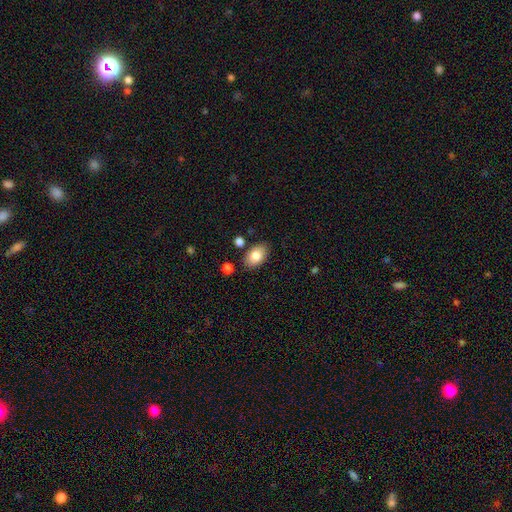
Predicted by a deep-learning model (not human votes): smooth-or-featured: smooth: 83% | featured or disk: 10% | star or artifact: 7%
  how-rounded: in between: 90% | round: 9% | cigar-shaped: 1%
  merging: none: 83% | minor disturbance: 11% | merger: 4% | major disturbance: 3%